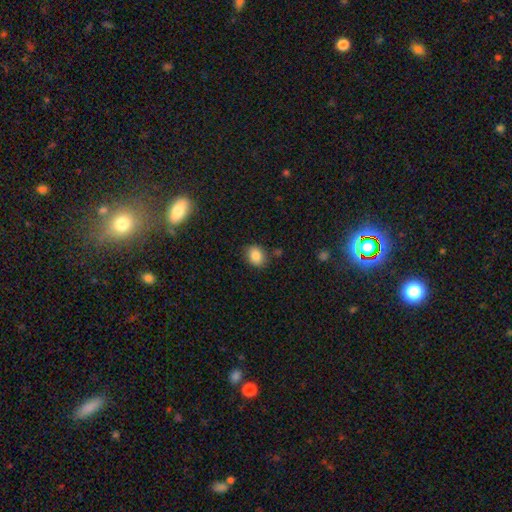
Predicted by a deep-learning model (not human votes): Smooth or featured: smooth — 84% (star or artifact — 10%)
How rounded: round — 51% (in between — 48%)
Merging: none — 82% (minor disturbance — 12%)